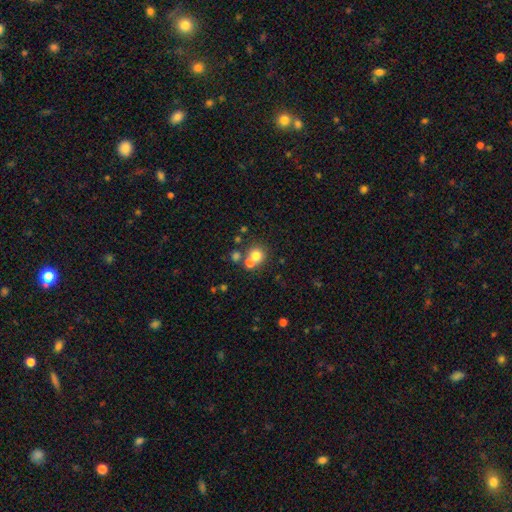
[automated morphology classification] smooth_or_featured: smooth (p=0.71) [alt: star or artifact p=0.15]
how_rounded: round (p=0.87) [alt: in between p=0.12]
merging: none (p=0.52) [alt: merger p=0.37]